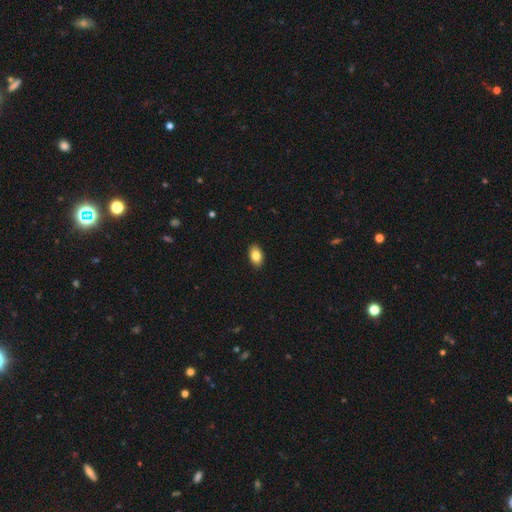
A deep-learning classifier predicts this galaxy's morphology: smooth-or-featured: smooth: 84% | featured or disk: 9% | star or artifact: 8%
  how-rounded: in between: 90% | round: 8% | cigar-shaped: 2%
  merging: none: 90% | minor disturbance: 7% | major disturbance: 2% | merger: 1%